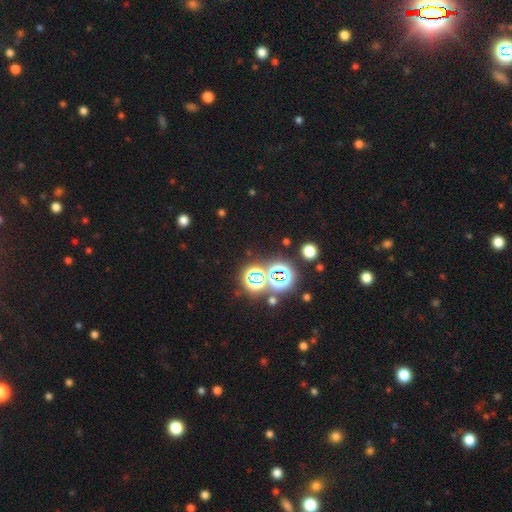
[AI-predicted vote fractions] Q: Smooth or featured?
A: star or artifact (78%); runner-up: smooth (16%)